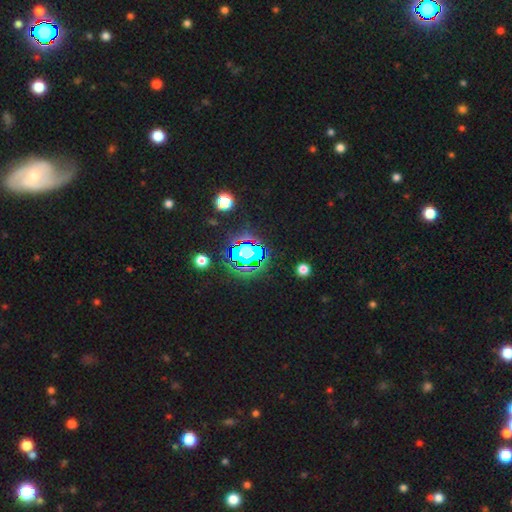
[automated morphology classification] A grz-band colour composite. It shows a star or artifact, not a galaxy (81%).